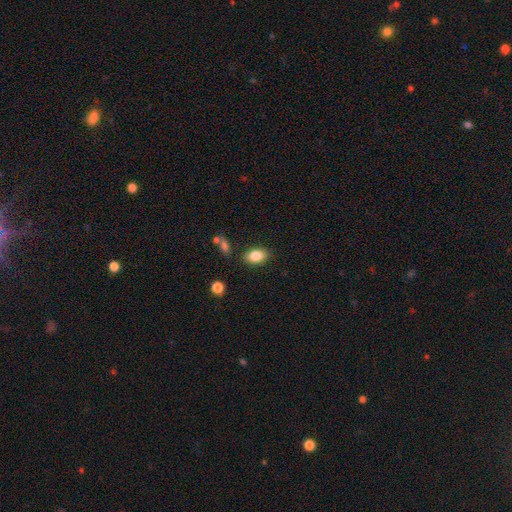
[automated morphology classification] Smooth or featured: smooth — 83% (featured or disk — 9%)
How rounded: in between — 87% (round — 11%)
Merging: none — 84% (minor disturbance — 11%)